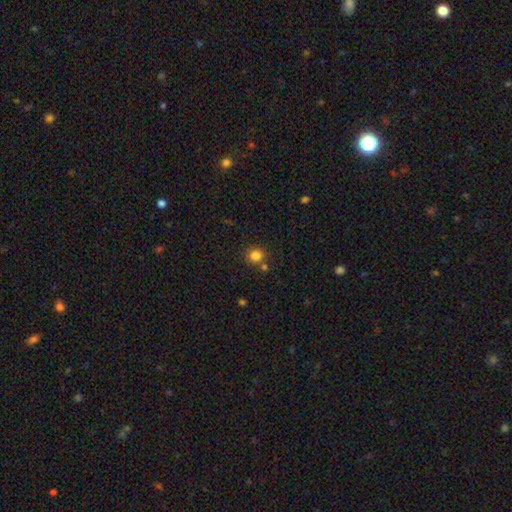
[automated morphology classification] type=smooth (82%); roundness=round (88%); merging=none (77%).